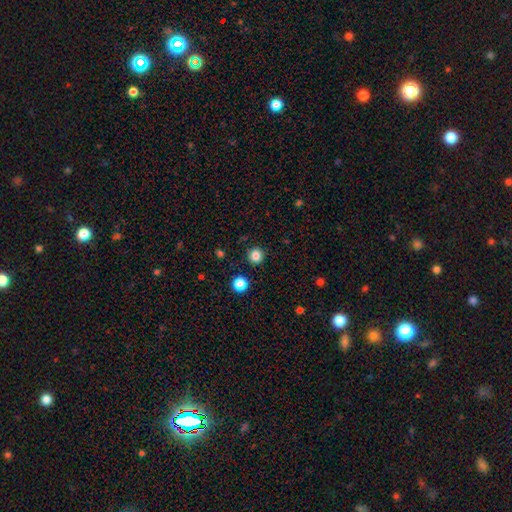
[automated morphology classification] smooth-or-featured: smooth: 84% | star or artifact: 12% | featured or disk: 4%
  how-rounded: round: 93% | in between: 6% | cigar-shaped: 1%
  merging: none: 91% | minor disturbance: 6% | major disturbance: 2% | merger: 2%